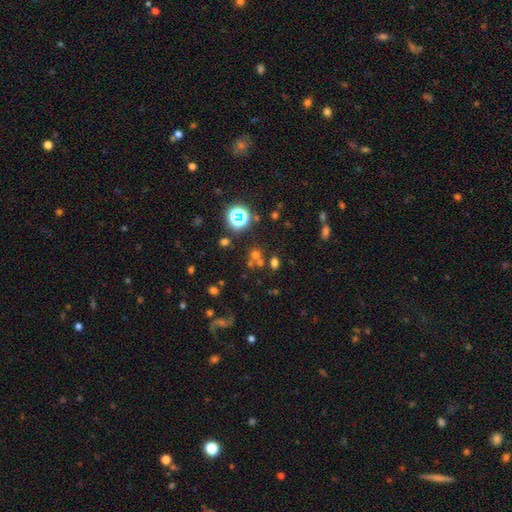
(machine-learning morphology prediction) This is possibly a star or artifact rather than a galaxy (47%).